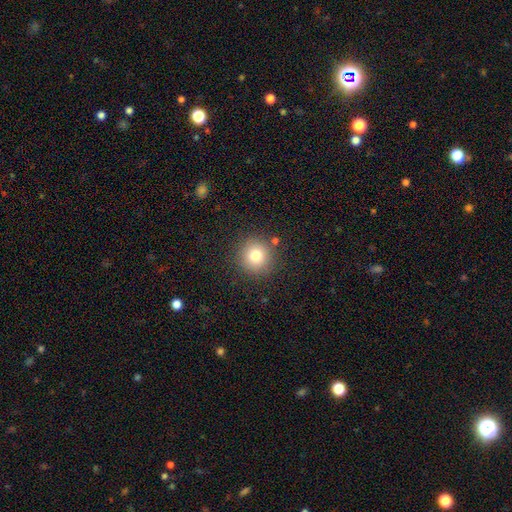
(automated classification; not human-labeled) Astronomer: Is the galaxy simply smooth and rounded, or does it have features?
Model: smooth — 78%.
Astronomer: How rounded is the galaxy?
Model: round — 93%.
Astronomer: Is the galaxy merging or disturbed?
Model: none — 87%.